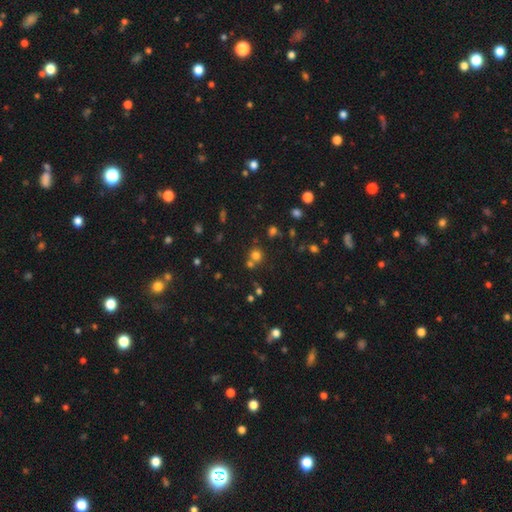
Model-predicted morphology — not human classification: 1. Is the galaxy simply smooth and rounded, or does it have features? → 68% smooth, 24% star or artifact, 8% featured or disk.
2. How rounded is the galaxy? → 89% round, 10% in between, 1% cigar-shaped.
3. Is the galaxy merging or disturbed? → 64% none, 26% merger, 7% minor disturbance, 3% major disturbance.